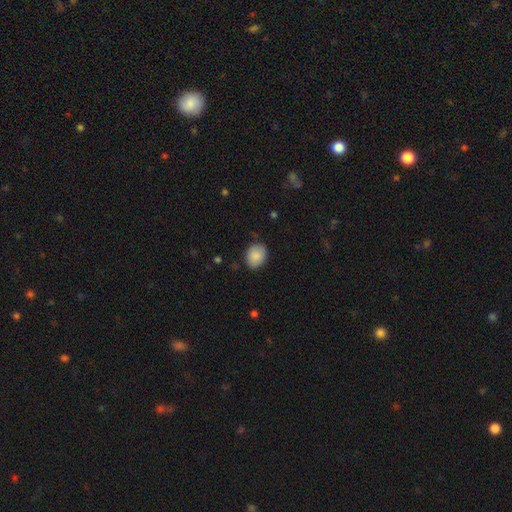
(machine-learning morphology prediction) This appears to be a smooth galaxy with no disk features (88%) that is in between round and cigar-shaped (53%). Merging: none (81%).